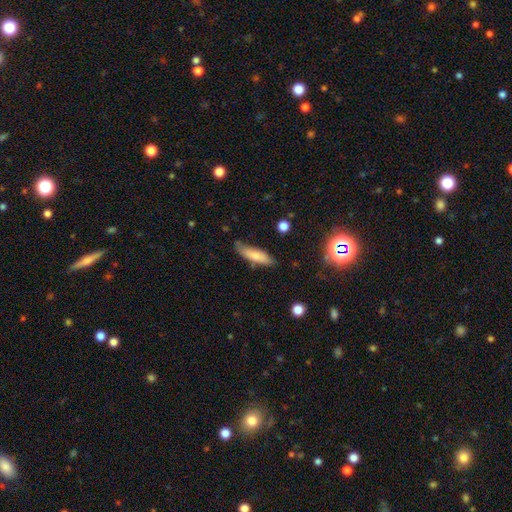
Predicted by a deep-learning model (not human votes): This is likely a smooth galaxy (75%). How rounded: likely cigar-shaped (62%). Merging: likely none (70%).